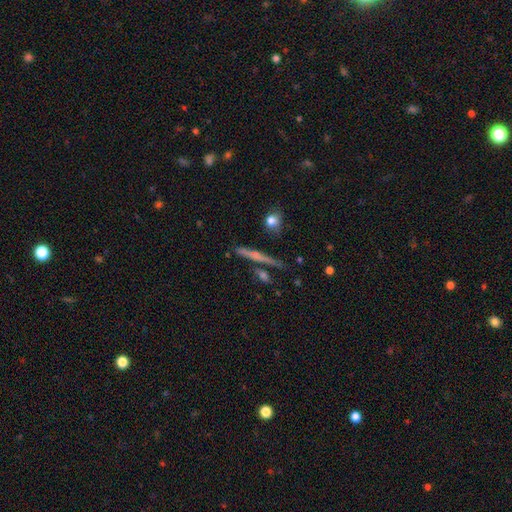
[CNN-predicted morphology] This is possibly a featured or disk galaxy (50%). Merging: clearly none (81%).